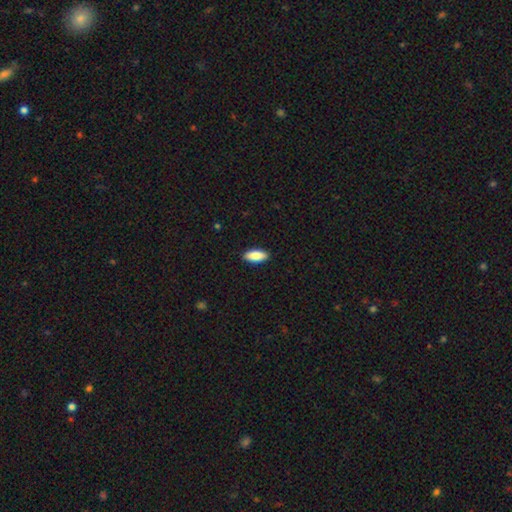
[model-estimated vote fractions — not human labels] Smooth or featured? smooth (88%)
How rounded? in between (83%)
Merging? none (90%)